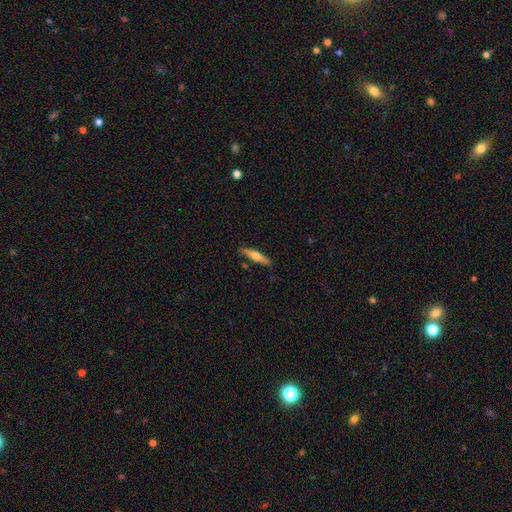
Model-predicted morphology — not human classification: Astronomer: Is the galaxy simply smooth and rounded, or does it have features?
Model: smooth — 52% (runner-up: featured or disk, 42%).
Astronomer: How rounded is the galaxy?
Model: cigar-shaped — 85%.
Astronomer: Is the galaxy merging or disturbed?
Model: none — 86%.